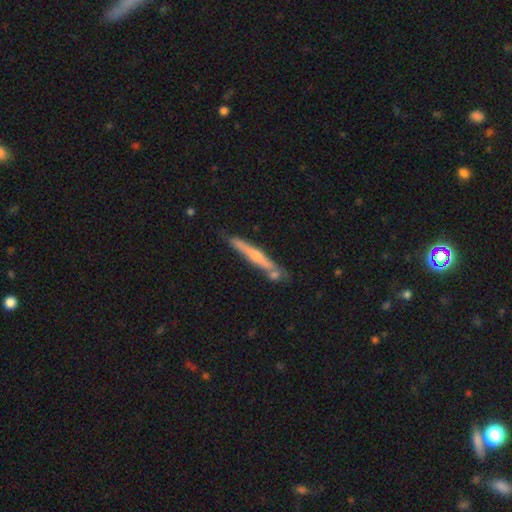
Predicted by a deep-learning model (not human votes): Q: Smooth or featured?
A: featured or disk (52%); runner-up: smooth (42%)
Q: Edge-on disk?
A: yes (93%); runner-up: no (7%)
Q: Merging?
A: none (68%); runner-up: minor disturbance (16%)